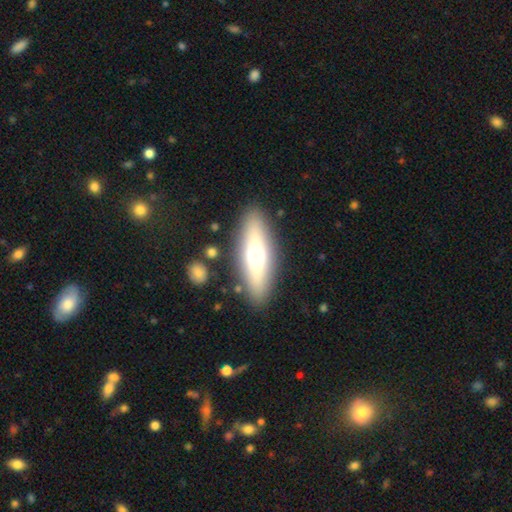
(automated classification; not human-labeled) Smooth or featured?
  - smooth: 52% *
  - featured or disk: 40%
  - star or artifact: 8%
How rounded?
  - cigar-shaped: 50% *
  - in between: 47%
  - round: 3%
Merging?
  - none: 86% *
  - minor disturbance: 8%
  - major disturbance: 3%
  - merger: 3%